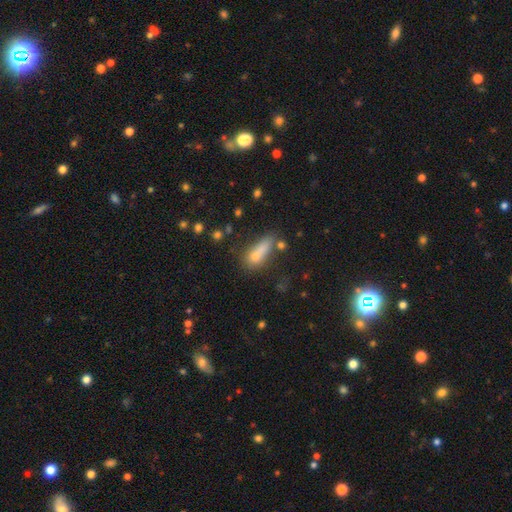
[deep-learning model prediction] Morphology: type=smooth (62%); roundness=in between (52%); merging=none (54%).